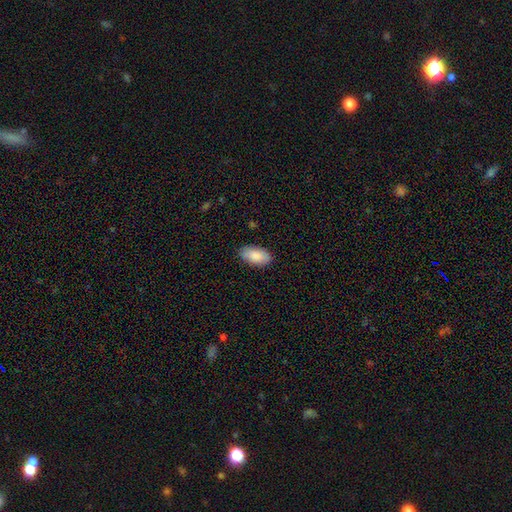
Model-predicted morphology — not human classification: Overall: smooth (87%). How rounded: in between (95%). Merging: none (85%).